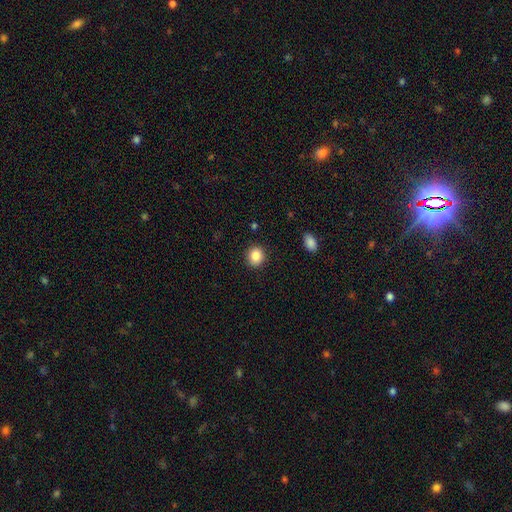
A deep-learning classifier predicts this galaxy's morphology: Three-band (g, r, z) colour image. It shows a smooth galaxy with no disk features (87%) that is round (81%). Merging: none (90%).